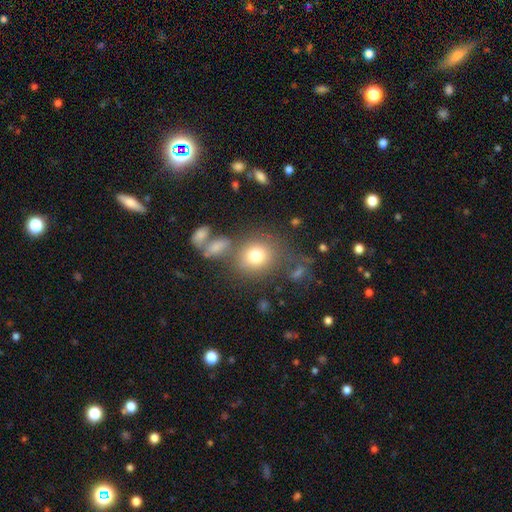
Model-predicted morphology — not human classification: Smooth or featured?
  - smooth: 77% *
  - featured or disk: 12%
  - star or artifact: 11%
How rounded?
  - round: 78% *
  - in between: 21%
  - cigar-shaped: 1%
Merging?
  - none: 64% *
  - minor disturbance: 14%
  - merger: 14%
  - major disturbance: 8%